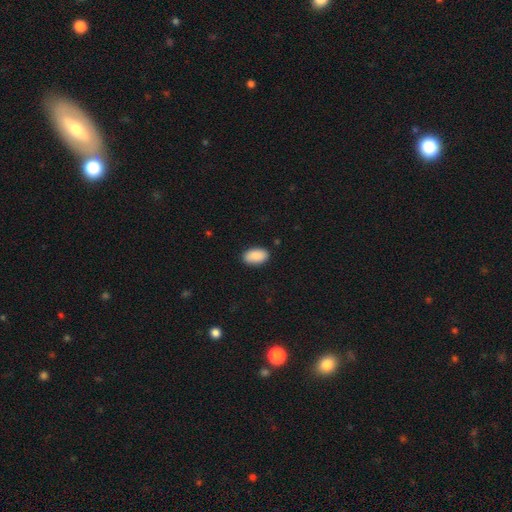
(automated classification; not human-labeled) smooth_or_featured: smooth (p=0.90) [alt: star or artifact p=0.06]
how_rounded: in between (p=0.94) [alt: round p=0.04]
merging: none (p=0.88) [alt: minor disturbance p=0.09]